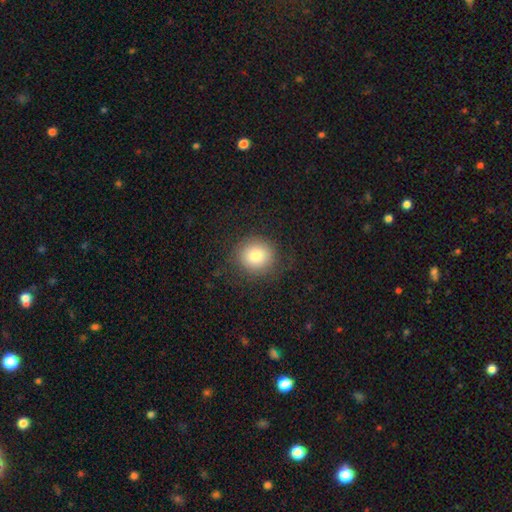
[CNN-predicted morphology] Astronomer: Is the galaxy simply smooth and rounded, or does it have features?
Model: smooth — 81%.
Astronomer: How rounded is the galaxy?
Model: round — 87%.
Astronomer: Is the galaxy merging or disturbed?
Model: none — 85%.